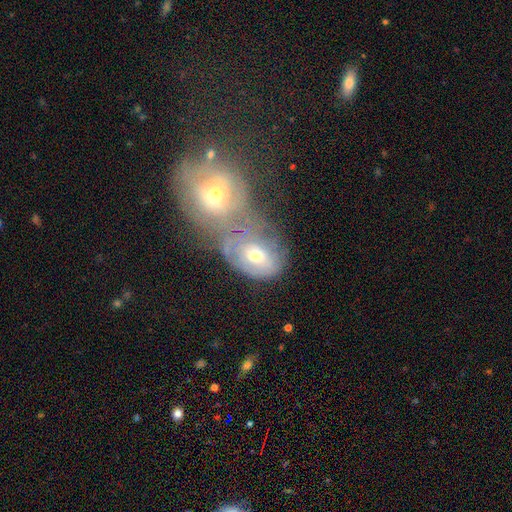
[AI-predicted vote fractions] A featured or disk galaxy (46%). Merging: merger (61%).